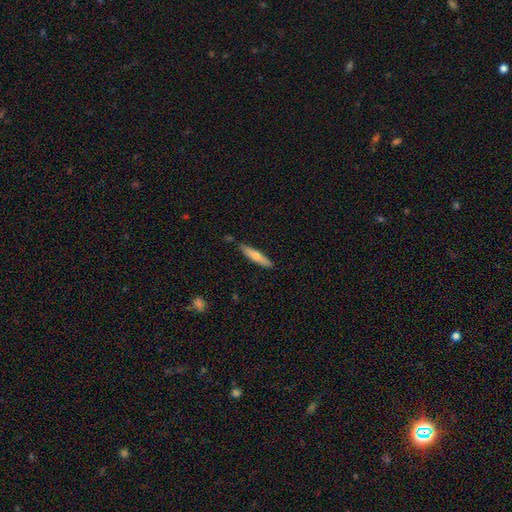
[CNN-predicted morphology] Smooth or featured? smooth (54%)
How rounded? cigar-shaped (88%)
Merging? none (87%)